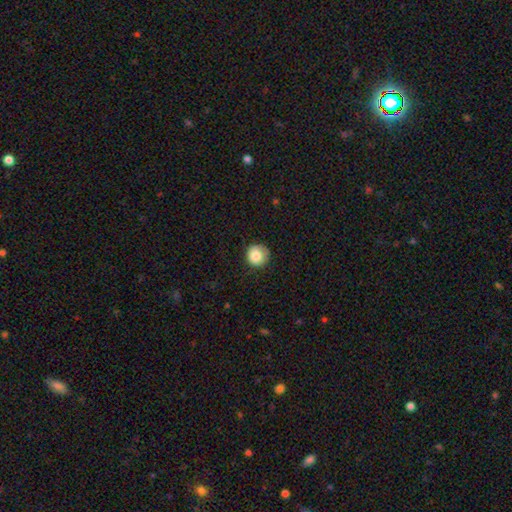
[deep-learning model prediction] A smooth galaxy with no disk features (84%) that is round (94%). Merging: none (78%).